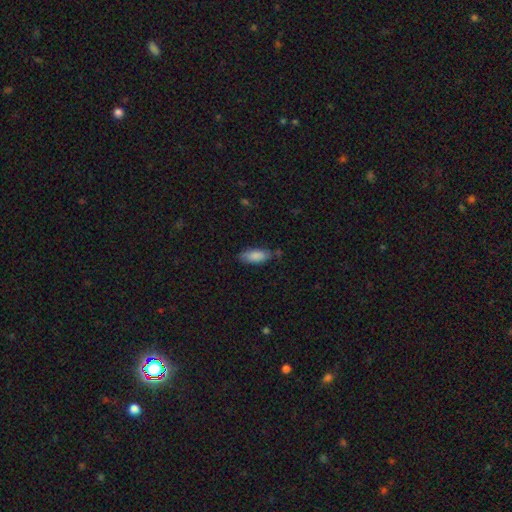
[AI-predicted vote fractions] Morphology: type=smooth (87%); roundness=in between (79%); merging=none (72%).